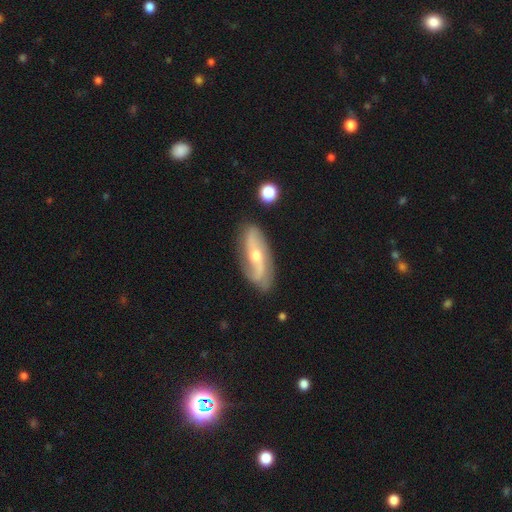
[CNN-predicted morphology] smooth_or_featured: featured or disk (p=0.81) [alt: smooth p=0.14]
disk_edge_on: no (p=0.88) [alt: yes p=0.12]
bar: no (p=0.51) [alt: weak p=0.33]
has_spiral_arms: yes (p=0.93) [alt: no p=0.07]
spiral_winding: loose (p=0.49) [alt: medium p=0.35]
spiral_arm_count: 2 (p=0.87) [alt: can't tell p=0.07]
bulge_size: moderate (p=0.59) [alt: small p=0.37]
merging: none (p=0.78) [alt: minor disturbance p=0.16]